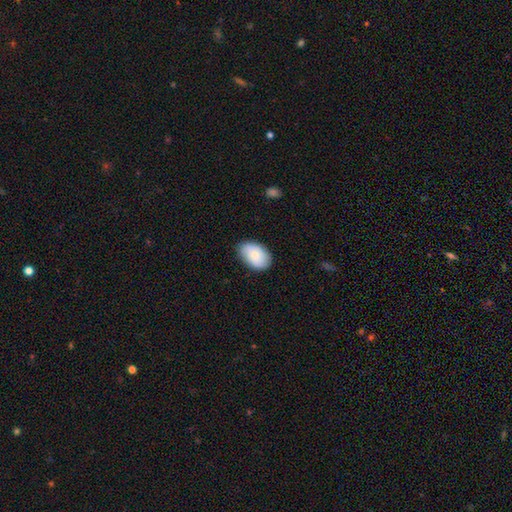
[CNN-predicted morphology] smooth_or_featured: smooth (p=0.78) [alt: featured or disk p=0.16]
how_rounded: in between (p=0.89) [alt: round p=0.10]
merging: none (p=0.79) [alt: minor disturbance p=0.17]